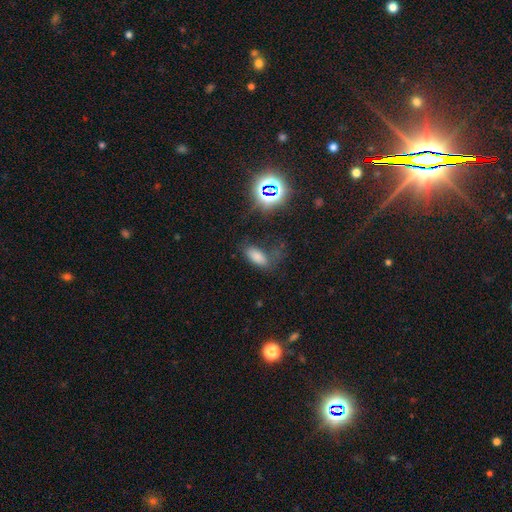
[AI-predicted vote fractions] A smooth galaxy with no disk features (74%) that is in between round and cigar-shaped (88%). Merging: none (58%).